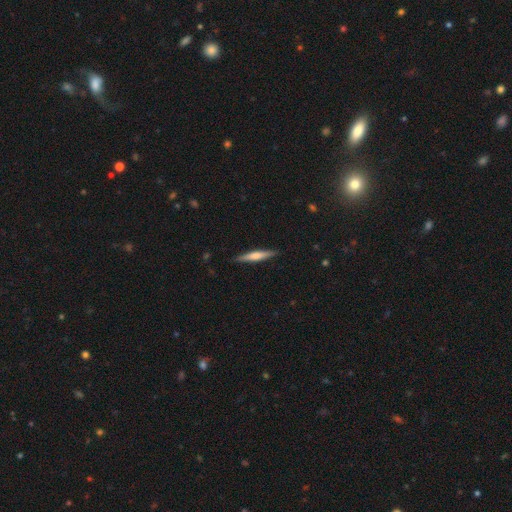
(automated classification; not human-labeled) Smooth or featured? featured or disk (50%)
Edge-on disk? yes (97%)
Merging? none (90%)